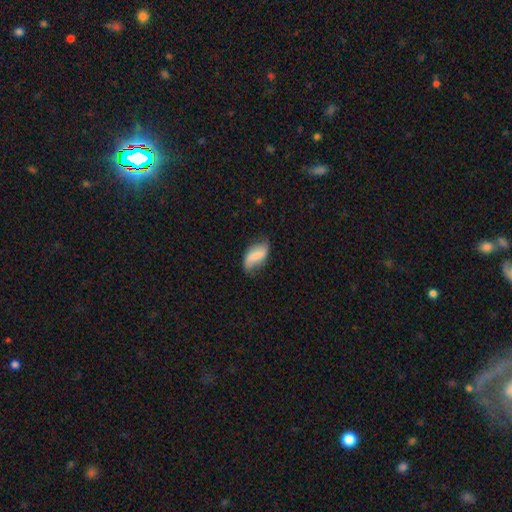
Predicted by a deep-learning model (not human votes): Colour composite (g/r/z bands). It shows a smooth galaxy with no disk features (53%) that is in between round and cigar-shaped (88%). Merging: none (62%).